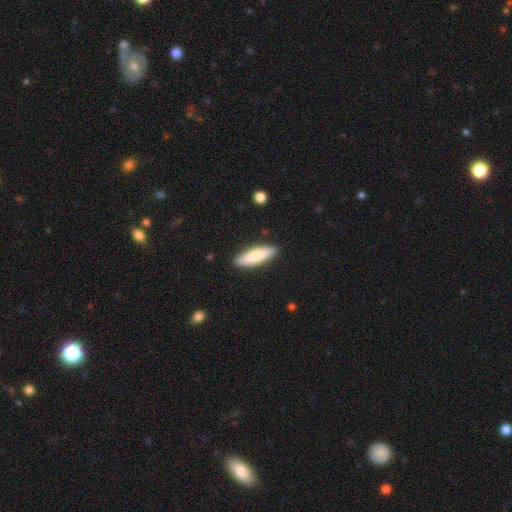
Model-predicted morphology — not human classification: This appears to be a smooth galaxy with no disk features (75%) that is cigar-shaped (61%). Merging: none (88%).